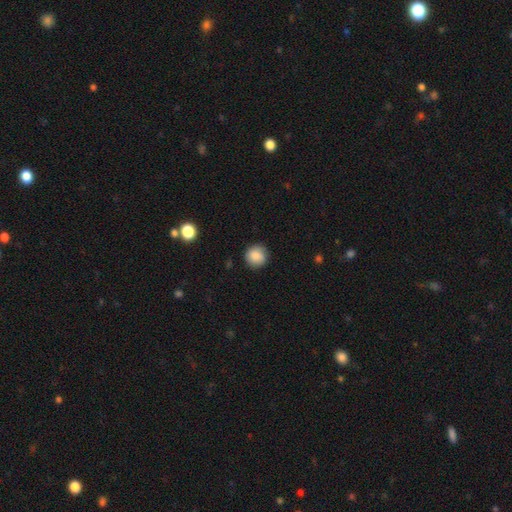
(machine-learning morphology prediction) Q: Smooth or featured?
A: smooth (87%); runner-up: star or artifact (8%)
Q: How rounded?
A: round (93%); runner-up: in between (6%)
Q: Merging?
A: none (86%); runner-up: minor disturbance (10%)